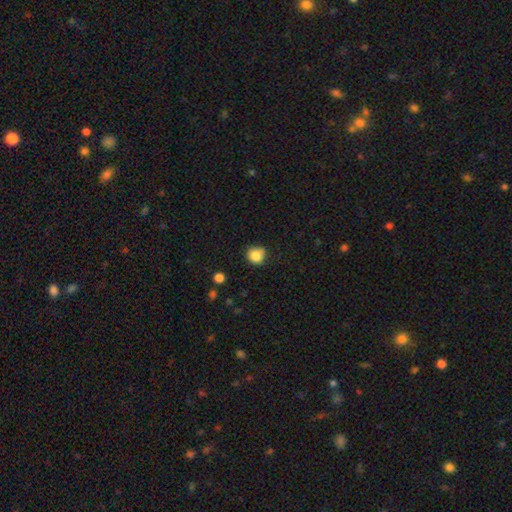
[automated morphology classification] type=smooth (83%); roundness=round (86%); merging=none (67%).